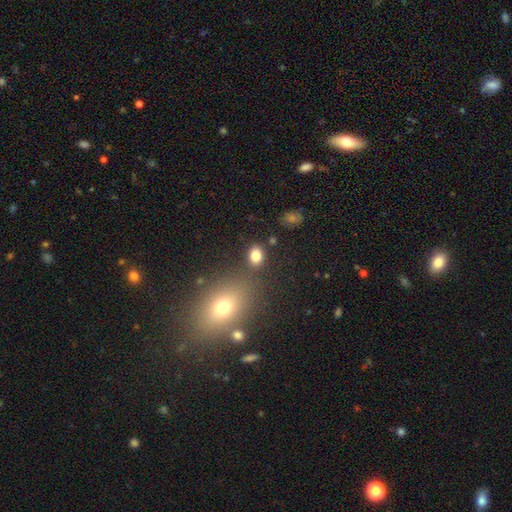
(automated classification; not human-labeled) Smooth or featured: smooth — 82% (star or artifact — 12%)
How rounded: in between — 57% (round — 42%)
Merging: none — 76% (minor disturbance — 11%)